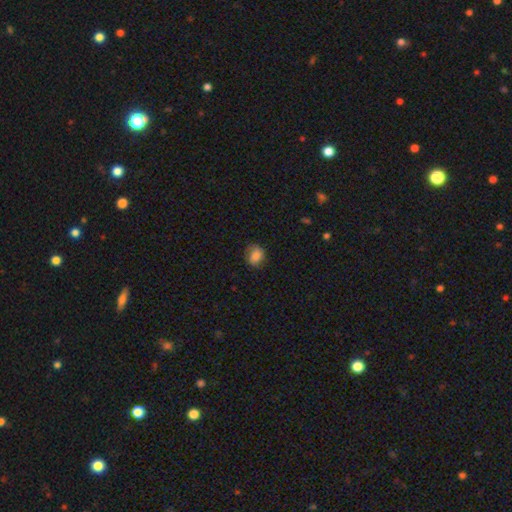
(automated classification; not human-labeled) Smooth or featured?
  - smooth: 80% *
  - featured or disk: 11%
  - star or artifact: 9%
How rounded?
  - round: 55% *
  - in between: 44%
  - cigar-shaped: 1%
Merging?
  - none: 71% *
  - minor disturbance: 22%
  - major disturbance: 6%
  - merger: 1%